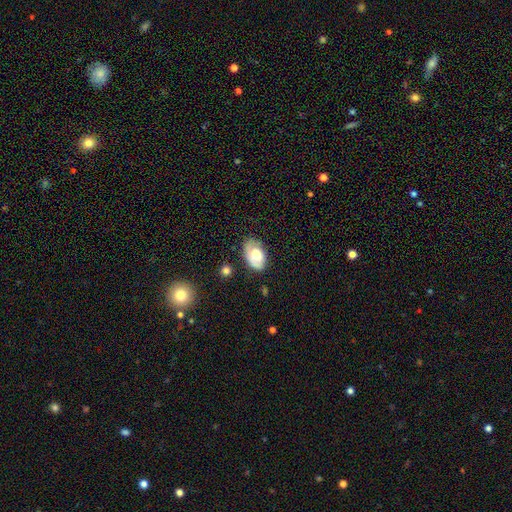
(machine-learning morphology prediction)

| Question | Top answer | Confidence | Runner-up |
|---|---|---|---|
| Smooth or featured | smooth | 61% | featured or disk (32%) |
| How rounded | in between | 91% | round (8%) |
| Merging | none | 61% | minor disturbance (28%) |